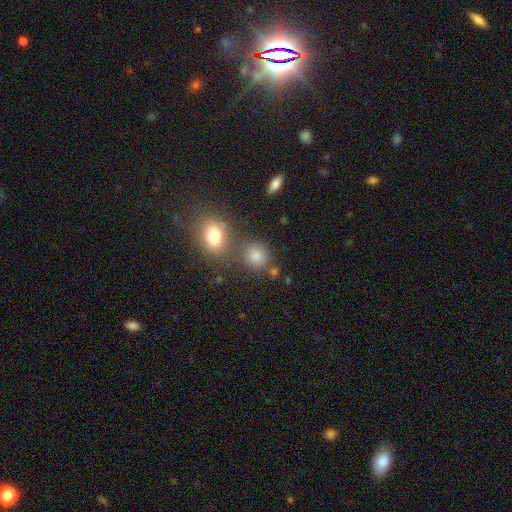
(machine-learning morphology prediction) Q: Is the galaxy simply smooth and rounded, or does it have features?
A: smooth — 77%.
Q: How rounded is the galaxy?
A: round — 76%.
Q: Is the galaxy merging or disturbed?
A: none — 65%.